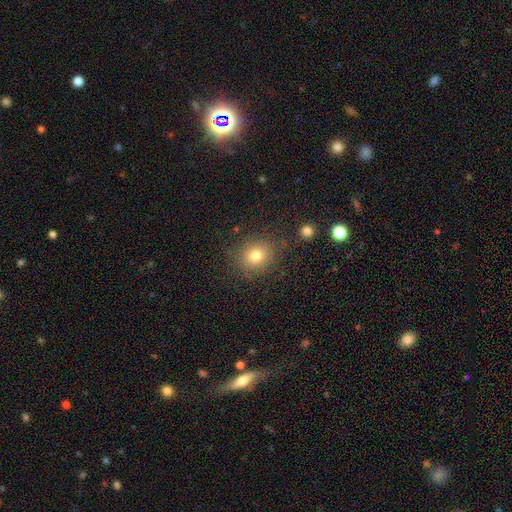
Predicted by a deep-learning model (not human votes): Smooth or featured?
  - smooth: 78% *
  - star or artifact: 13%
  - featured or disk: 9%
How rounded?
  - round: 77% *
  - in between: 22%
  - cigar-shaped: 1%
Merging?
  - none: 81% *
  - minor disturbance: 11%
  - major disturbance: 4%
  - merger: 3%